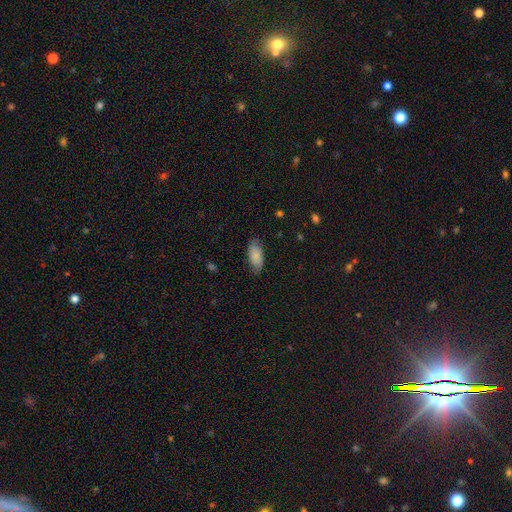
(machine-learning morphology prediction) smooth 84%, featured or disk 10%, star or artifact 6%. Down the decision tree: how rounded — in between (87%); merging — none (81%).